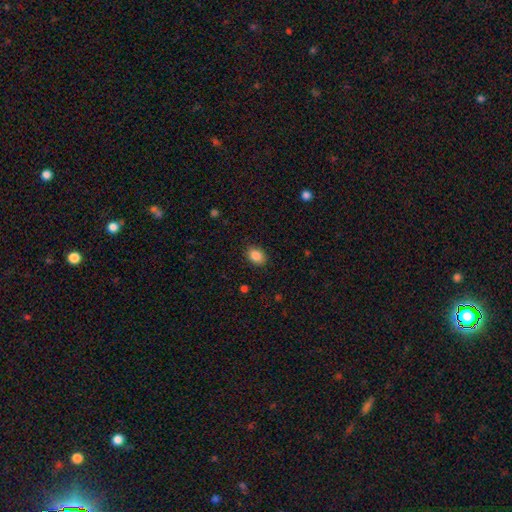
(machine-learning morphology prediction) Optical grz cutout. It shows a smooth galaxy with no disk features (88%) that is in between round and cigar-shaped (67%). Merging: none (87%).